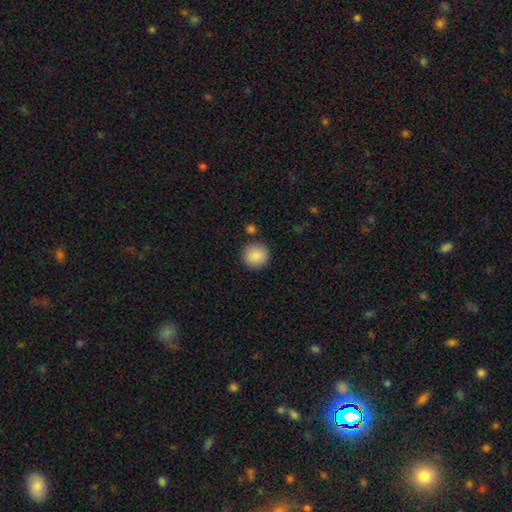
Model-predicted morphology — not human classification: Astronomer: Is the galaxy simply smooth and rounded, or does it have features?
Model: smooth — 88%.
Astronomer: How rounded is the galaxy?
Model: round — 93%.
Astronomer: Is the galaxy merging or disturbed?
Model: none — 87%.